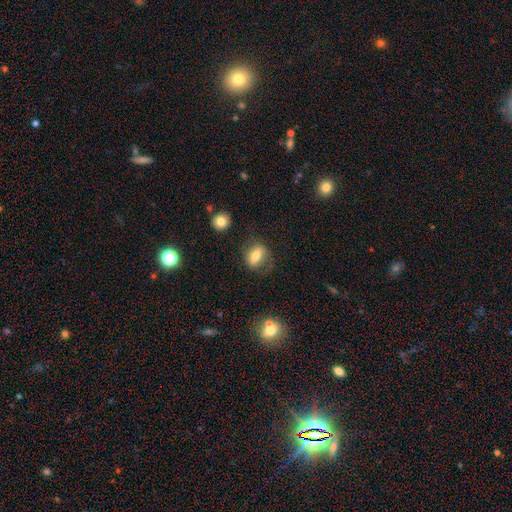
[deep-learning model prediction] Smooth or featured? Predicted: smooth (p=0.64). How rounded? Predicted: in between (p=0.68). Merging? Predicted: none (p=0.62).